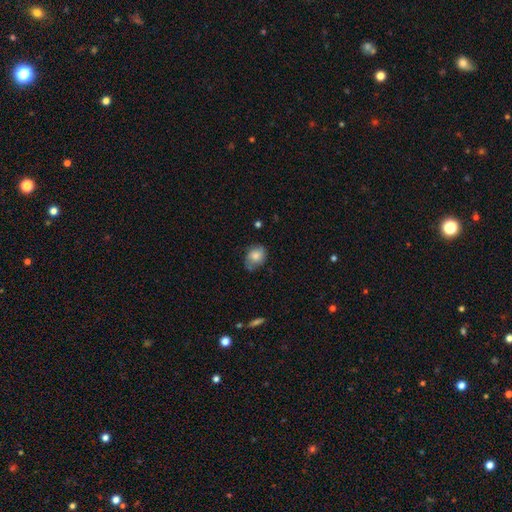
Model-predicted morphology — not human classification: The model was most divided on "how rounded": round: 52%, in between: 47%, cigar-shaped: 1%. More confident: smooth or featured — smooth (70%); merging — none (62%).